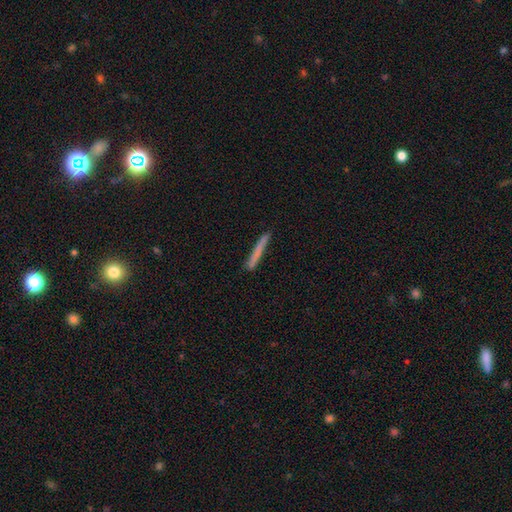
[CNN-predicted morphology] Smooth or featured?
  - smooth: 68% *
  - featured or disk: 25%
  - star or artifact: 7%
How rounded?
  - cigar-shaped: 97% *
  - in between: 2%
  - round: 1%
Merging?
  - none: 88% *
  - minor disturbance: 9%
  - major disturbance: 2%
  - merger: 1%